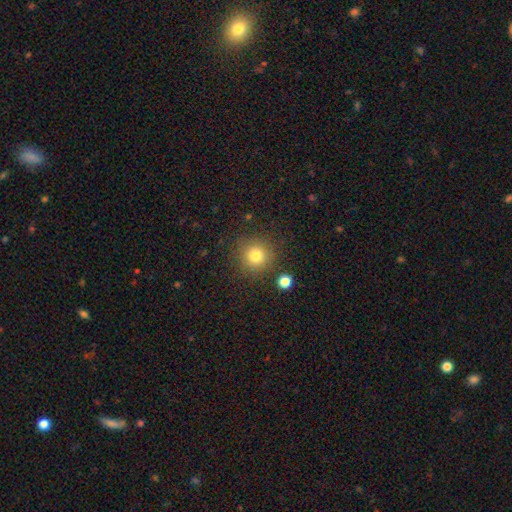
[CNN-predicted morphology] smooth-or-featured: smooth: 80% | star or artifact: 13% | featured or disk: 7%
  how-rounded: round: 93% | in between: 6% | cigar-shaped: 1%
  merging: none: 86% | minor disturbance: 8% | merger: 3% | major disturbance: 3%